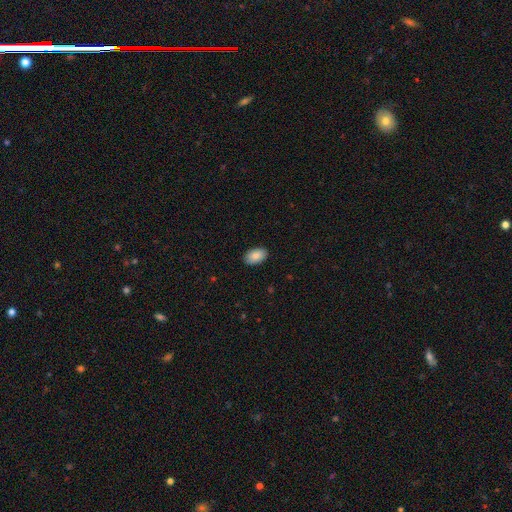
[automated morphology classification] Smooth or featured? Predicted: smooth (p=0.88). How rounded? Predicted: in between (p=0.93). Merging? Predicted: none (p=0.89).